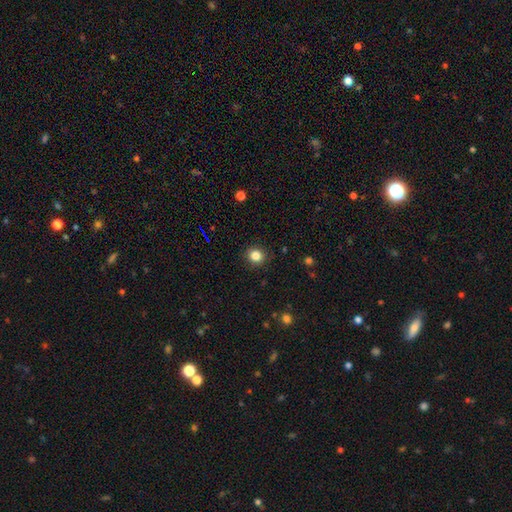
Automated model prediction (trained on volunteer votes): smooth 83%, star or artifact 12%, featured or disk 5%. Down the decision tree: how rounded — round (84%); merging — none (90%).